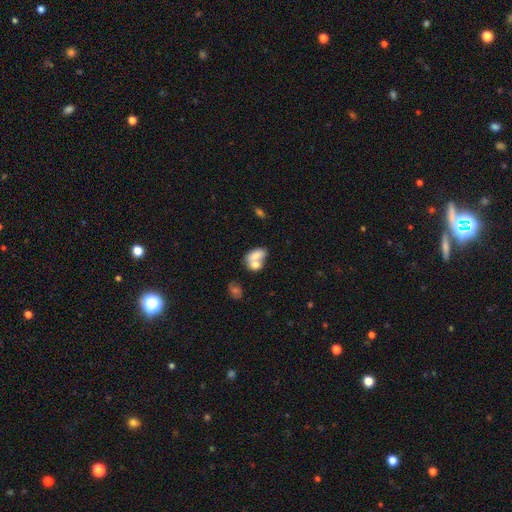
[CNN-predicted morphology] Smooth or featured?
  - smooth: 70% *
  - featured or disk: 22%
  - star or artifact: 8%
How rounded?
  - in between: 81% *
  - round: 17%
  - cigar-shaped: 2%
Merging?
  - merger: 64% *
  - none: 22%
  - minor disturbance: 9%
  - major disturbance: 5%